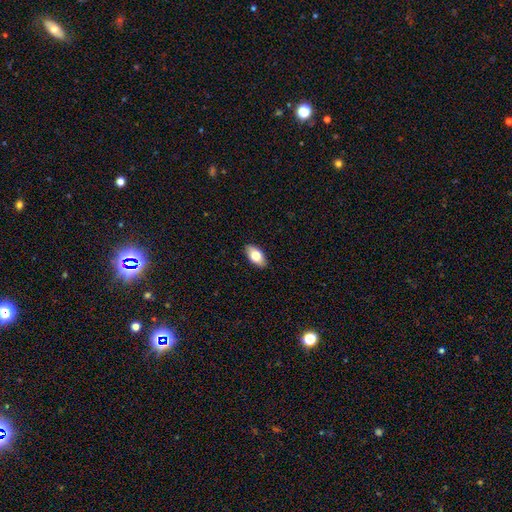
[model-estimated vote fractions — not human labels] smooth_or_featured: smooth (p=0.77) [alt: featured or disk p=0.16]
how_rounded: in between (p=0.93) [alt: cigar-shaped p=0.04]
merging: none (p=0.89) [alt: minor disturbance p=0.08]